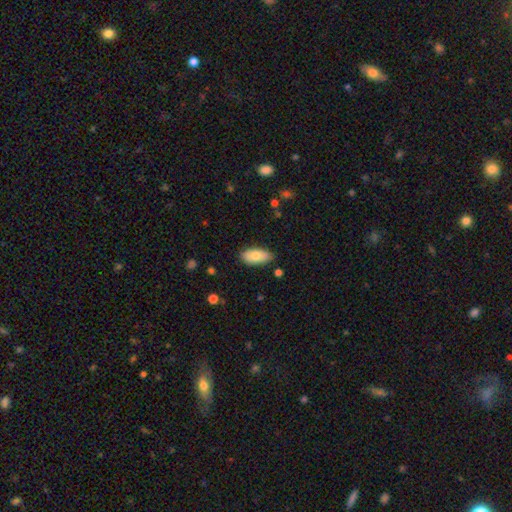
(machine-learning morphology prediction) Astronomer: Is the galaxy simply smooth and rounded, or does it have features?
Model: smooth — 79%.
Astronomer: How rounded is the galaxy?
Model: in between — 91%.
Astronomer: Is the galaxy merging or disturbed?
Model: none — 81%.